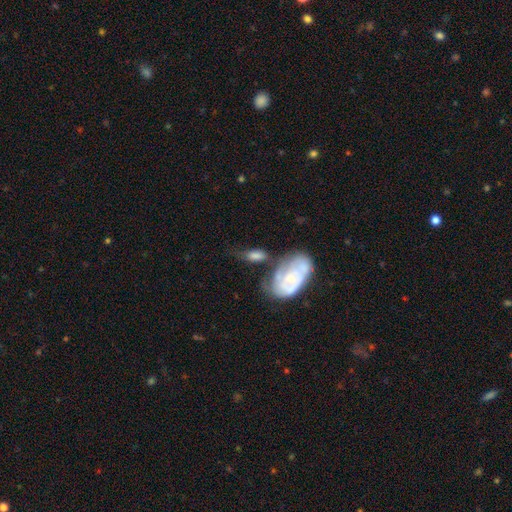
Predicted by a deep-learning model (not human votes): Smooth or featured?
  - smooth: 55% *
  - featured or disk: 38%
  - star or artifact: 7%
How rounded?
  - in between: 86% *
  - round: 8%
  - cigar-shaped: 6%
Merging?
  - none: 33% *
  - merger: 24%
  - minor disturbance: 24%
  - major disturbance: 19%